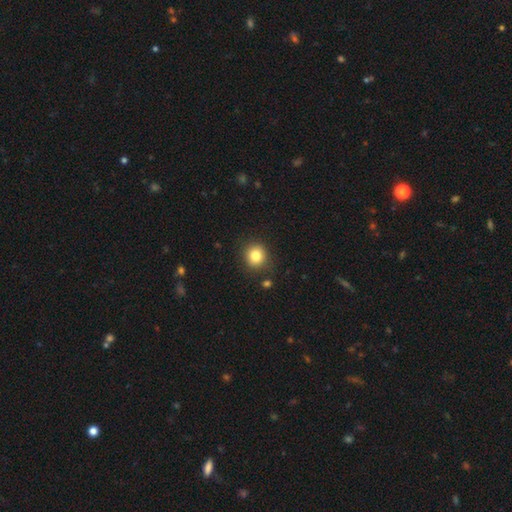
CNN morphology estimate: Smooth or featured?
  - smooth: 83% *
  - star or artifact: 11%
  - featured or disk: 6%
How rounded?
  - round: 88% *
  - in between: 11%
  - cigar-shaped: 1%
Merging?
  - none: 86% *
  - minor disturbance: 9%
  - major disturbance: 3%
  - merger: 2%